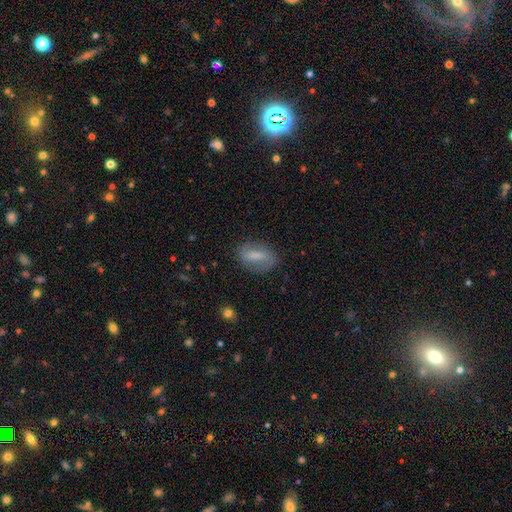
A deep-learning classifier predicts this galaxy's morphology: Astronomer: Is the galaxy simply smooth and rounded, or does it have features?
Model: smooth — 58%.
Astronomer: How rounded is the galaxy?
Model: in between — 77%.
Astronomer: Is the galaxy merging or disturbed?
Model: none — 76%.